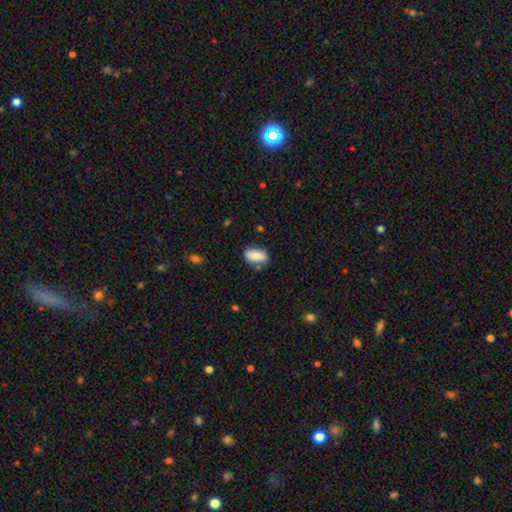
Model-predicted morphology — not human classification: The model was most divided on "merging": none: 71%, minor disturbance: 19%, merger: 5%, major disturbance: 4%. More confident: how rounded — in between (88%); smooth or featured — smooth (78%).